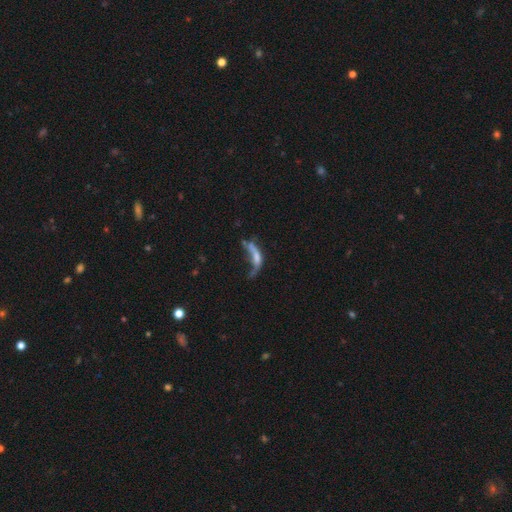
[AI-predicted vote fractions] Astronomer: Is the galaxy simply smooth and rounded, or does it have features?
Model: featured or disk — 45% (runner-up: smooth, 41%).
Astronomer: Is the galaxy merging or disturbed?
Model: major disturbance — 43% (runner-up: merger, 23%).